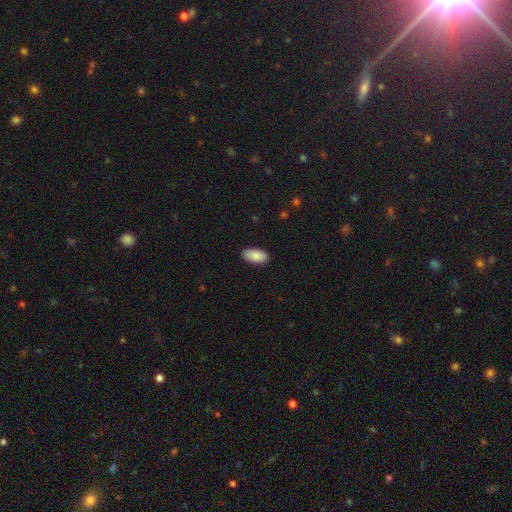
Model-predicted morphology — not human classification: smooth_or_featured: smooth (p=0.89) [alt: star or artifact p=0.06]
how_rounded: in between (p=0.94) [alt: cigar-shaped p=0.04]
merging: none (p=0.89) [alt: minor disturbance p=0.08]